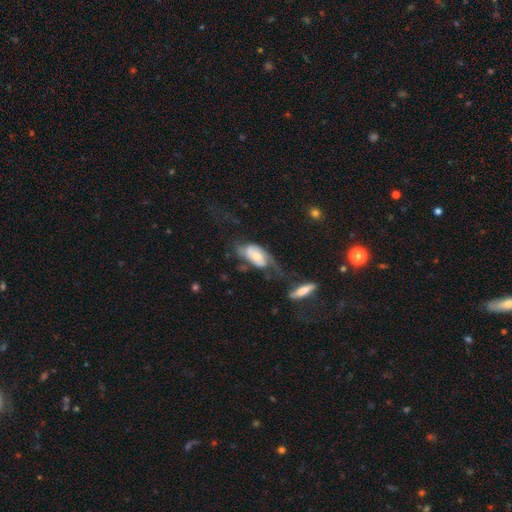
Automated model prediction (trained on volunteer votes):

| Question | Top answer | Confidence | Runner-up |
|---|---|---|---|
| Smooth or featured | featured or disk | 60% | smooth (33%) |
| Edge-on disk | no | 91% | yes (9%) |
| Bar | no | 59% | weak (30%) |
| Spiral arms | yes | 76% | no (24%) |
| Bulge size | moderate | 41% | small (28%) |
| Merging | major disturbance | 39% | none (27%) |